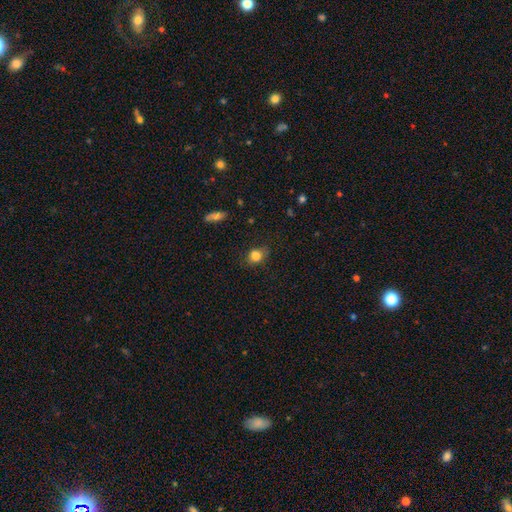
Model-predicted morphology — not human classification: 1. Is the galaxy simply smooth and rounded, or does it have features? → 82% smooth, 11% star or artifact, 7% featured or disk.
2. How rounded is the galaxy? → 56% round, 42% in between, 1% cigar-shaped.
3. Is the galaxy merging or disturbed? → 71% none, 21% minor disturbance, 6% major disturbance, 2% merger.